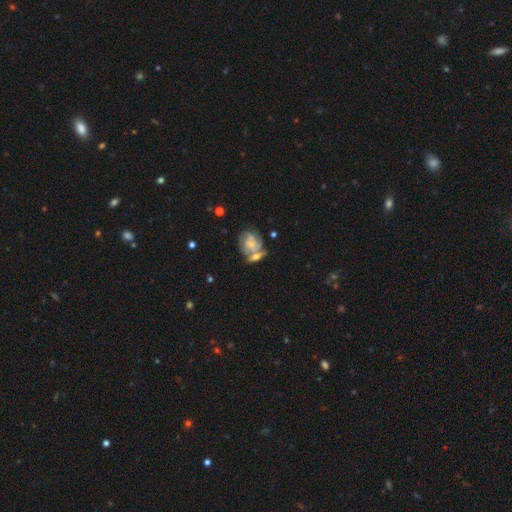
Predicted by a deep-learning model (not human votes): smooth_or_featured: featured or disk (p=0.69) [alt: smooth p=0.23]
disk_edge_on: no (p=0.93) [alt: yes p=0.07]
bar: no (p=0.68) [alt: weak p=0.26]
has_spiral_arms: yes (p=0.86) [alt: no p=0.14]
spiral_winding: tight (p=0.57) [alt: medium p=0.33]
spiral_arm_count: can't tell (p=0.31) [alt: 3 p=0.29]
bulge_size: small (p=0.59) [alt: moderate p=0.26]
merging: none (p=0.42) [alt: merger p=0.38]